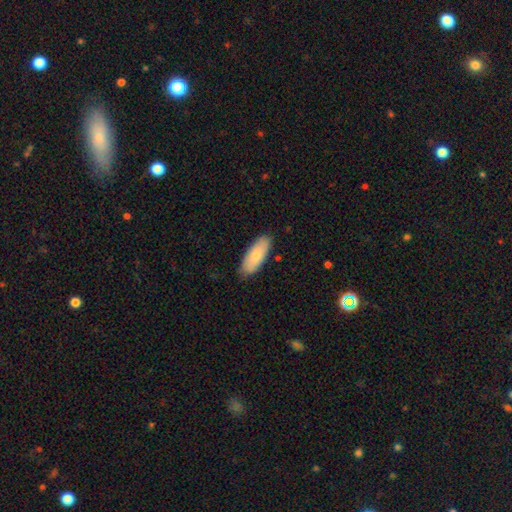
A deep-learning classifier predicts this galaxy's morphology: Smooth or featured?
  - smooth: 82% *
  - featured or disk: 12%
  - star or artifact: 5%
How rounded?
  - in between: 78% *
  - cigar-shaped: 20%
  - round: 2%
Merging?
  - none: 86% *
  - minor disturbance: 11%
  - major disturbance: 2%
  - merger: 1%